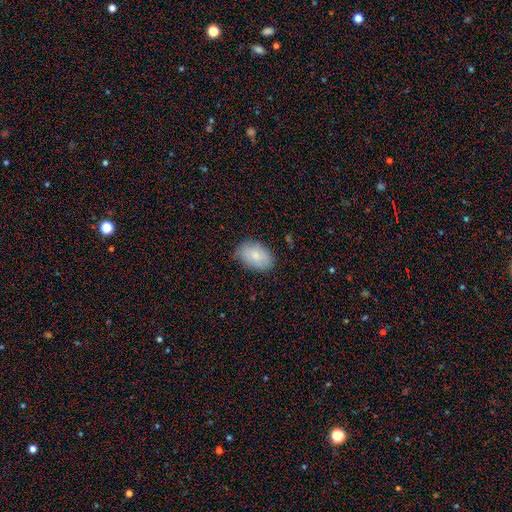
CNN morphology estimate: Smooth or featured? smooth (81%)
How rounded? in between (91%)
Merging? none (74%)